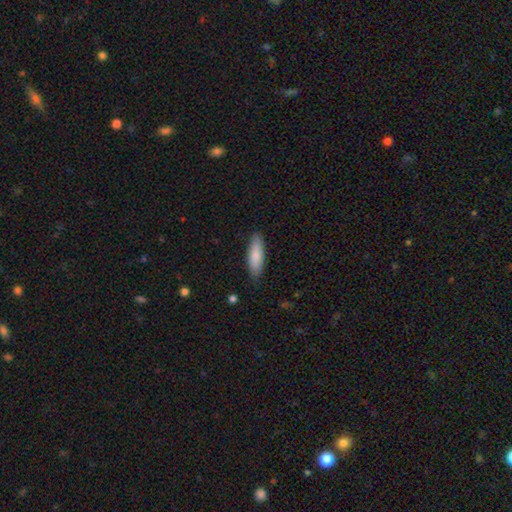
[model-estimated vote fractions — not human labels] Smooth or featured? Predicted: smooth (p=0.85). How rounded? Predicted: cigar-shaped (p=0.51). Merging? Predicted: none (p=0.86).